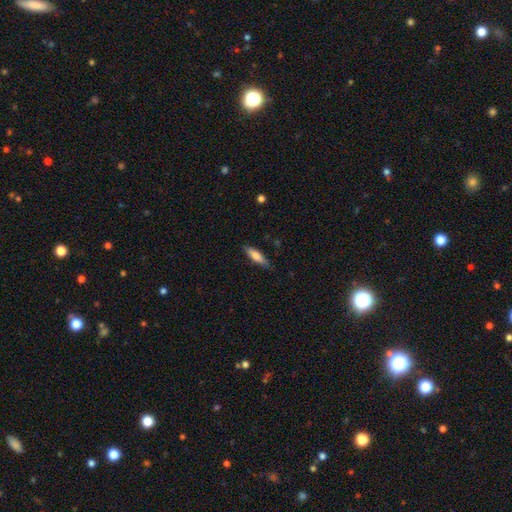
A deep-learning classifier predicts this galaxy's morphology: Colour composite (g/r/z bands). It shows a smooth galaxy with no disk features (71%) that is cigar-shaped (65%). Merging: none (84%).